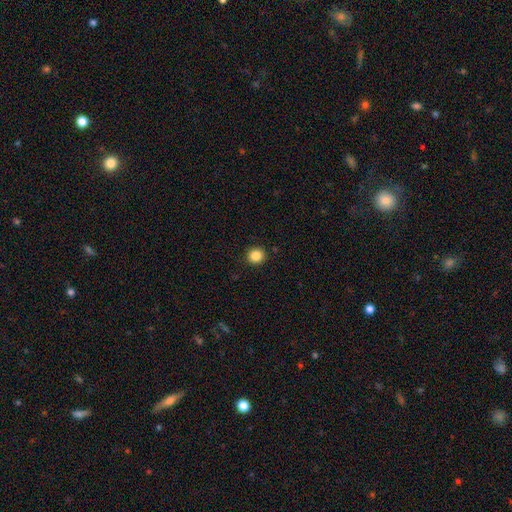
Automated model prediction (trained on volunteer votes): smooth-or-featured: smooth: 87% | star or artifact: 10% | featured or disk: 3%
  how-rounded: round: 88% | in between: 11% | cigar-shaped: 1%
  merging: none: 92% | minor disturbance: 5% | major disturbance: 2% | merger: 1%